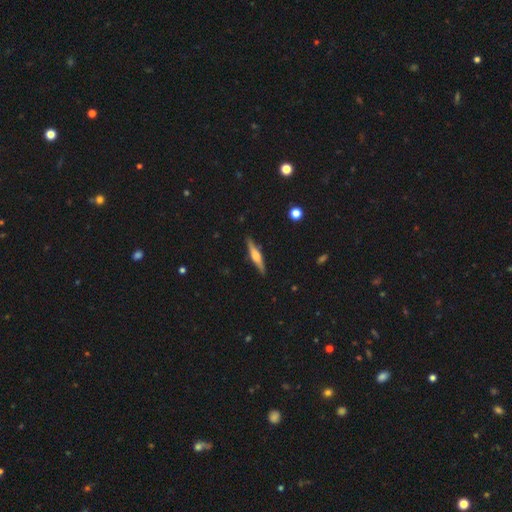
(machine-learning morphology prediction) Smooth or featured: featured or disk — 64% (smooth — 30%)
Edge-on disk: yes — 97% (no — 3%)
Edge-on bulge: rounded — 84% (boxy — 11%)
Merging: none — 89% (minor disturbance — 8%)